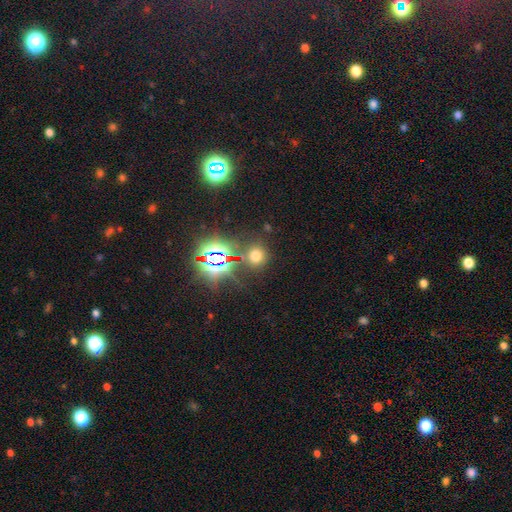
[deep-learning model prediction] Smooth or featured? Predicted: smooth (p=0.57). How rounded? Predicted: round (p=0.82). Merging? Predicted: none (p=0.81).